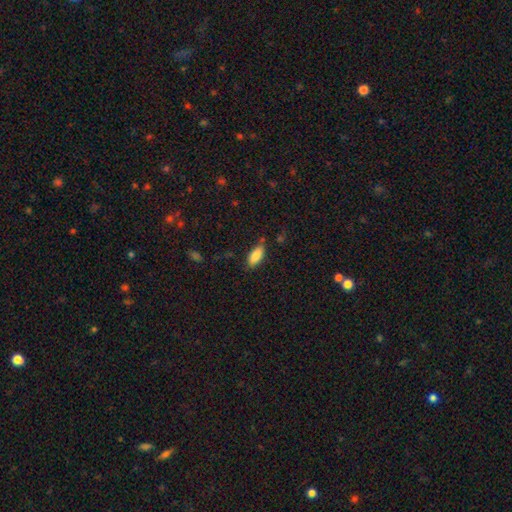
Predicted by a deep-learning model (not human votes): Overall: smooth (85%). How rounded: in between (85%). Merging: none (74%).